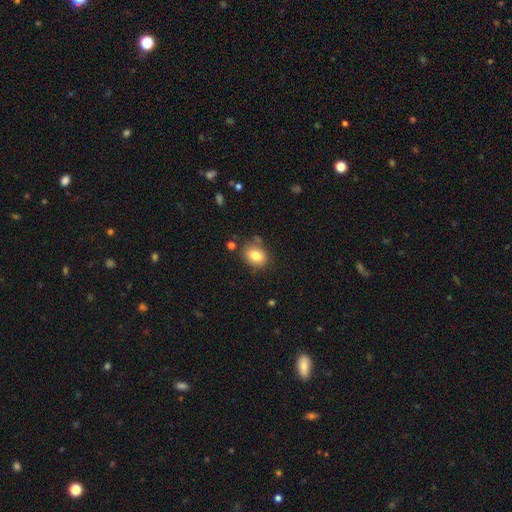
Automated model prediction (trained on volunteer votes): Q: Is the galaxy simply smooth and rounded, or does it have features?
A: smooth — 82%.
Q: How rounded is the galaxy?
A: in between — 66%.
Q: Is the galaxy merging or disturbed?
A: none — 75%.